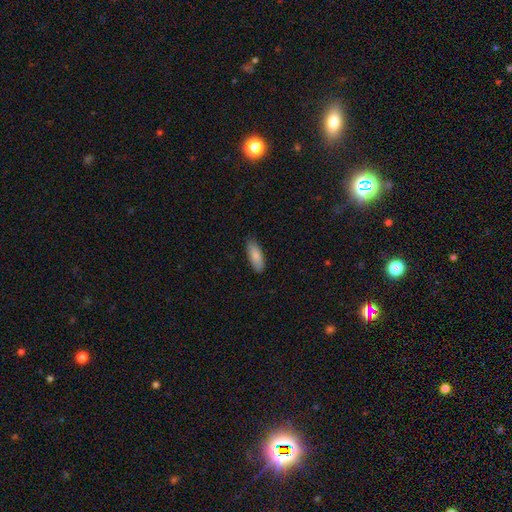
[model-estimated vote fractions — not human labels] Smooth or featured?
  - smooth: 86% *
  - featured or disk: 9%
  - star or artifact: 5%
How rounded?
  - in between: 75% *
  - cigar-shaped: 23%
  - round: 2%
Merging?
  - none: 85% *
  - minor disturbance: 12%
  - major disturbance: 2%
  - merger: 1%